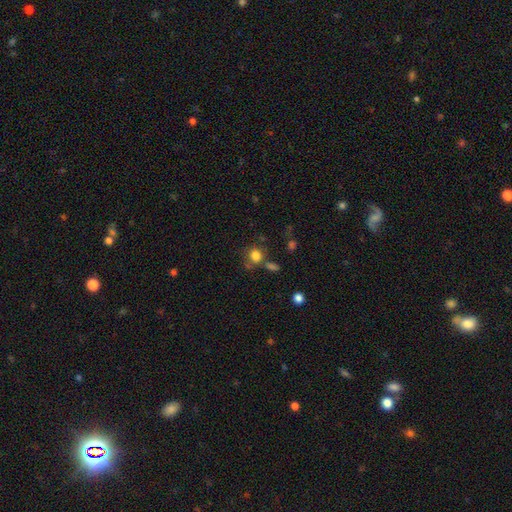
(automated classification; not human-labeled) Overall: smooth (80%). How rounded: round (72%). Merging: none (62%).